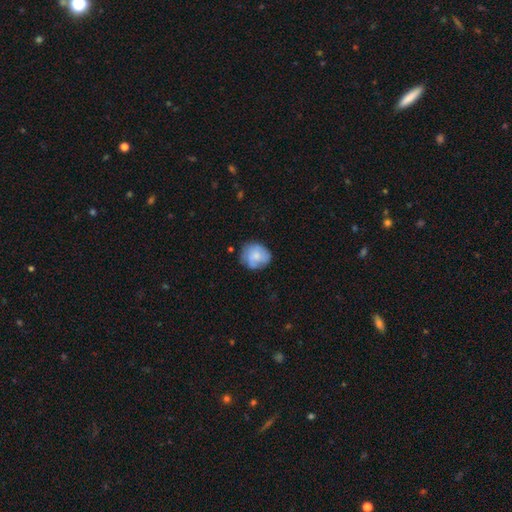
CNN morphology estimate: Smooth or featured? smooth (61%)
How rounded? round (75%)
Merging? none (68%)